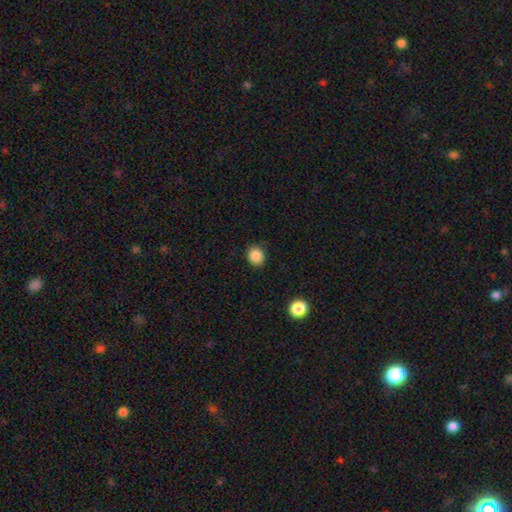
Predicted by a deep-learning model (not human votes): smooth_or_featured: smooth (p=0.86) [alt: star or artifact p=0.10]
how_rounded: round (p=0.73) [alt: in between p=0.27]
merging: none (p=0.88) [alt: minor disturbance p=0.08]